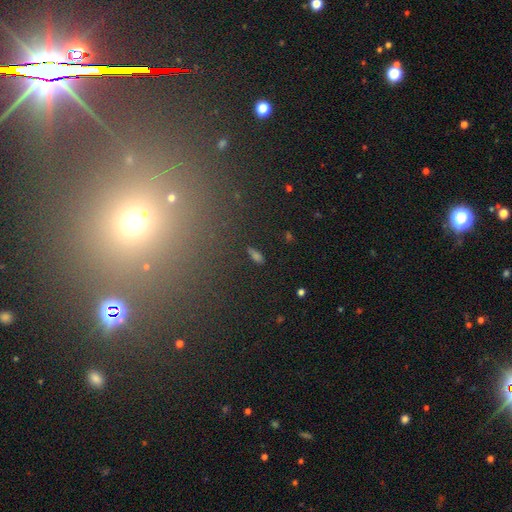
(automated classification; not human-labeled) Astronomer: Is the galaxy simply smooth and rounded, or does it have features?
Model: smooth — 52% (runner-up: star or artifact, 32%).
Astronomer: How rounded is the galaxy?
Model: in between — 72%.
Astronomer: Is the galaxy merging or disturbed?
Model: none — 85%.